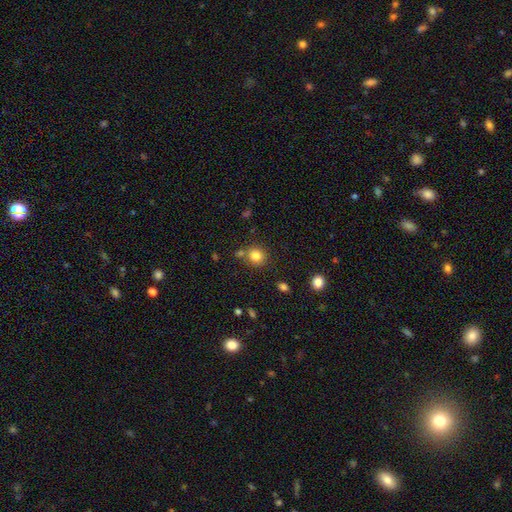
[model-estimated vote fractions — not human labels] Smooth or featured? smooth (83%)
How rounded? round (84%)
Merging? none (72%)